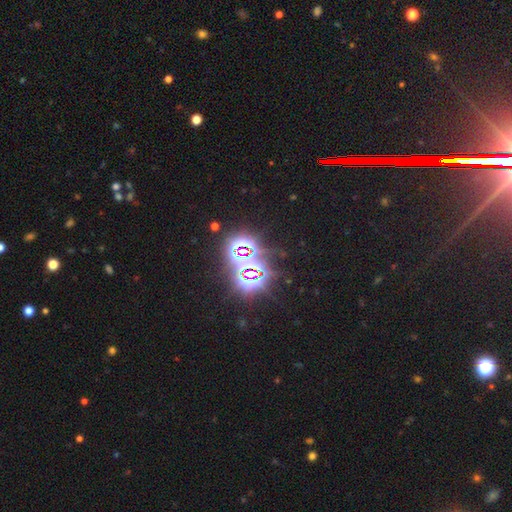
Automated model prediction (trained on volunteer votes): smooth_or_featured: star or artifact (p=0.55) [alt: smooth p=0.28]